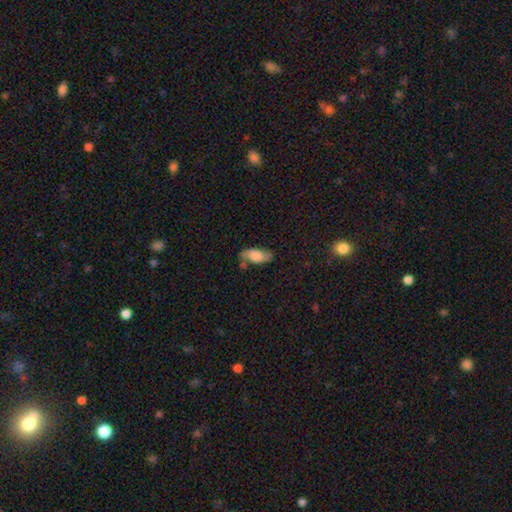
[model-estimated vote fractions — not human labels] smooth_or_featured: smooth (p=0.54) [alt: featured or disk p=0.37]
how_rounded: in between (p=0.85) [alt: cigar-shaped p=0.11]
merging: none (p=0.59) [alt: minor disturbance p=0.25]